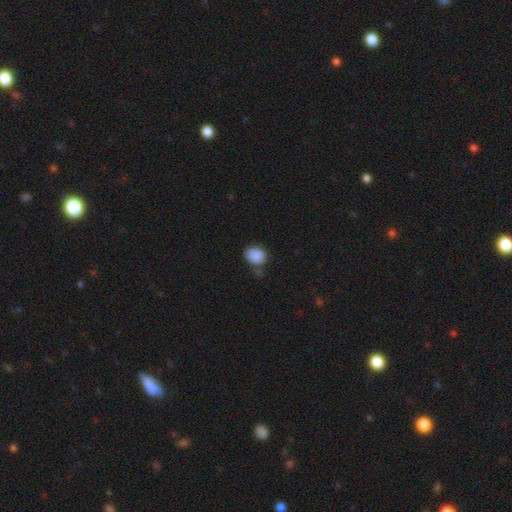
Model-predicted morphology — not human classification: The model was most divided on "how rounded": round: 55%, in between: 44%, cigar-shaped: 1%. More confident: smooth or featured — smooth (87%); merging — none (60%).